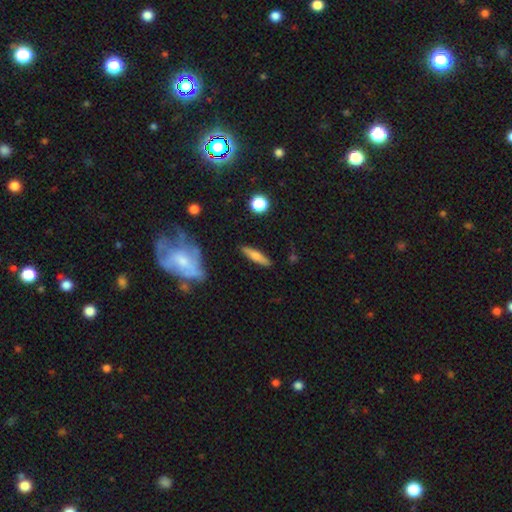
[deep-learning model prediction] This appears to be a smooth galaxy with no disk features (57%) that is cigar-shaped (78%). Merging: none (86%).